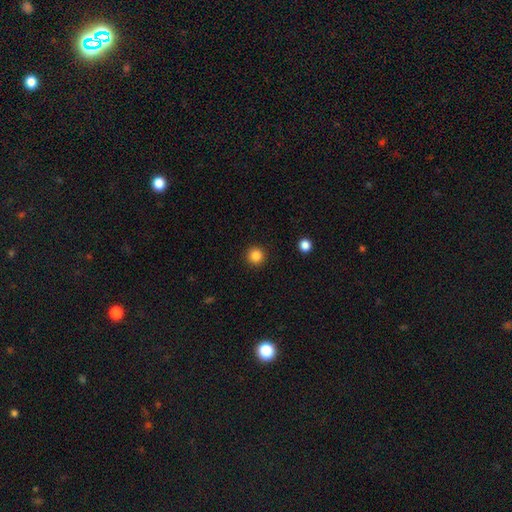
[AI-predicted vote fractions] A smooth galaxy with no disk features (85%) that is round (95%).

Vote fractions:
- Smooth or featured? smooth: 85% / star or artifact: 11% / featured or disk: 3%
- How rounded? round: 95% / in between: 4% / cigar-shaped: 1%
- Merging? none: 92% / minor disturbance: 5% / major disturbance: 2% / merger: 1%